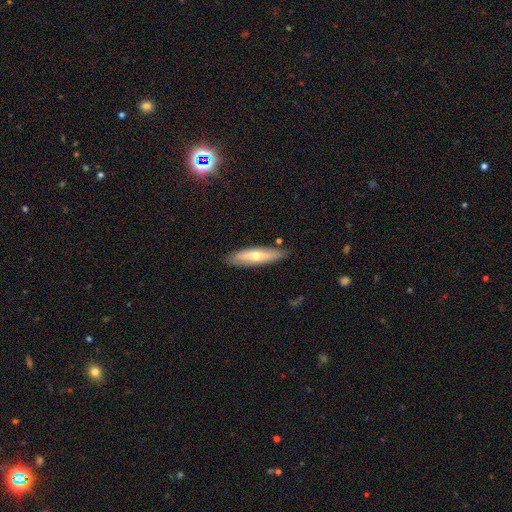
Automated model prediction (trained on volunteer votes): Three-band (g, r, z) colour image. It shows a smooth galaxy with no disk features (50%). Merging: none (84%).